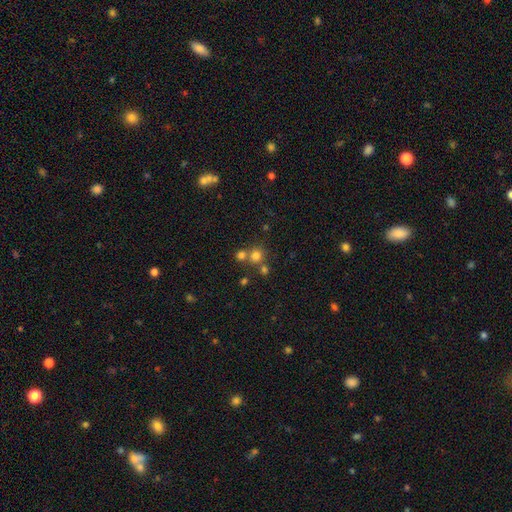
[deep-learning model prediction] A smooth galaxy with no disk features (72%) that is round (89%).

Vote fractions:
- Smooth or featured? smooth: 72% / star or artifact: 19% / featured or disk: 9%
- How rounded? round: 89% / in between: 10% / cigar-shaped: 1%
- Merging? none: 58% / merger: 32% / minor disturbance: 7% / major disturbance: 3%